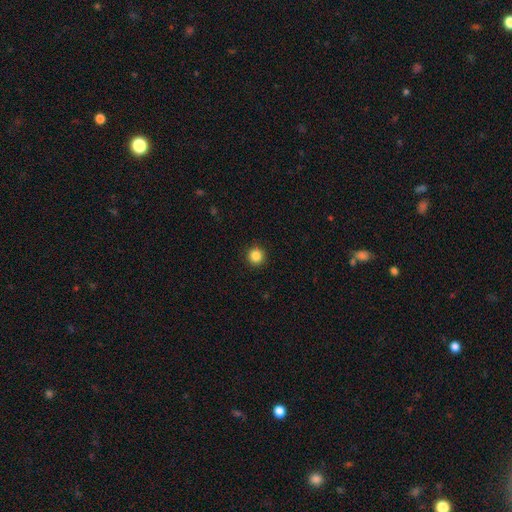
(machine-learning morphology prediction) Smooth or featured? smooth (86%)
How rounded? round (95%)
Merging? none (93%)